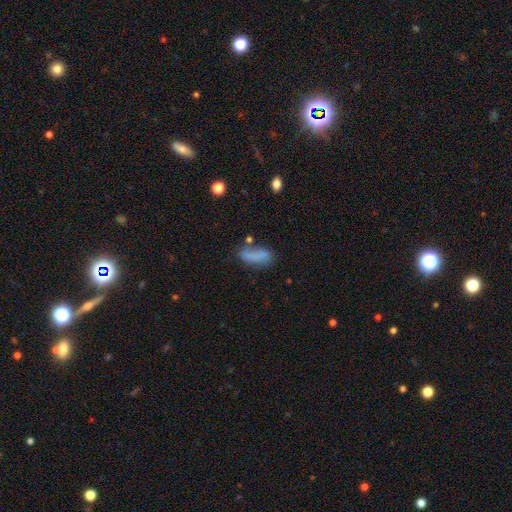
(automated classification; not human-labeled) Smooth or featured?
  - smooth: 72% *
  - featured or disk: 17%
  - star or artifact: 11%
How rounded?
  - in between: 68% *
  - cigar-shaped: 29%
  - round: 3%
Merging?
  - none: 49% *
  - minor disturbance: 24%
  - major disturbance: 15%
  - merger: 12%